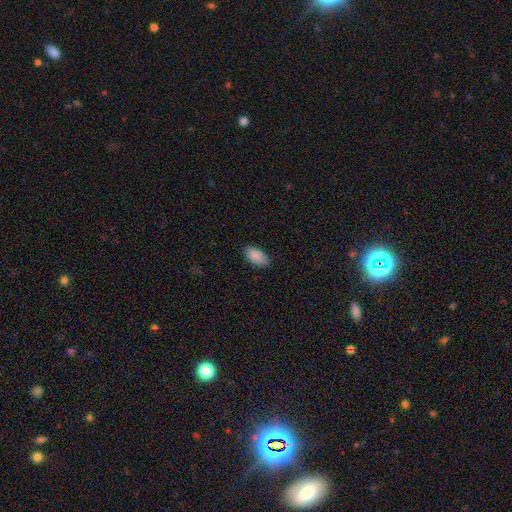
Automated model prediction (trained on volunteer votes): smooth 90%, star or artifact 7%, featured or disk 4%. Down the decision tree: how rounded — in between (95%); merging — none (85%).